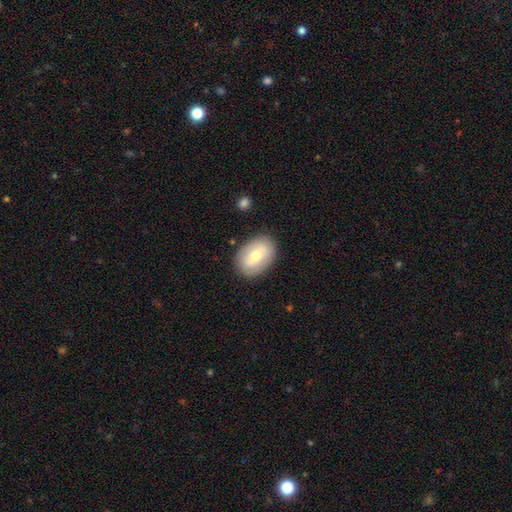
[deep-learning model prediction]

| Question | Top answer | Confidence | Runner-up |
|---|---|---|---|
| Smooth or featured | smooth | 58% | featured or disk (35%) |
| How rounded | in between | 81% | round (18%) |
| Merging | none | 84% | minor disturbance (11%) |